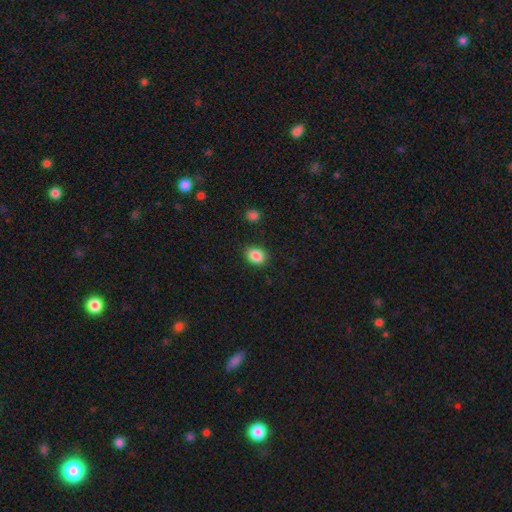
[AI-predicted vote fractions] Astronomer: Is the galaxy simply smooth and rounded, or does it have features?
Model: smooth — 87%.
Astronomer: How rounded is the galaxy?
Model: in between — 60% (runner-up: round, 39%).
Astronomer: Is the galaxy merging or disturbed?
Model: none — 87%.